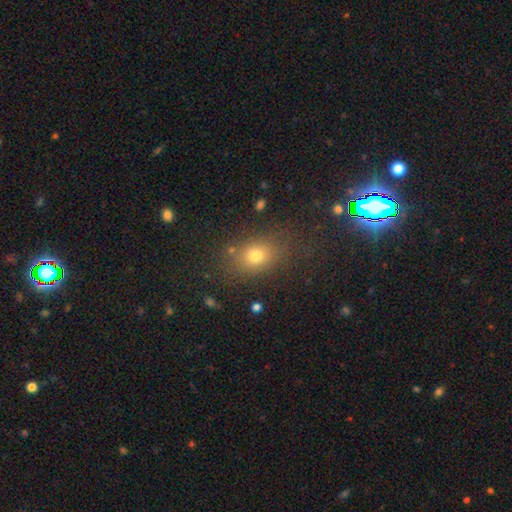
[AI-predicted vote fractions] Smooth or featured? smooth (71%)
How rounded? in between (55%)
Merging? none (76%)